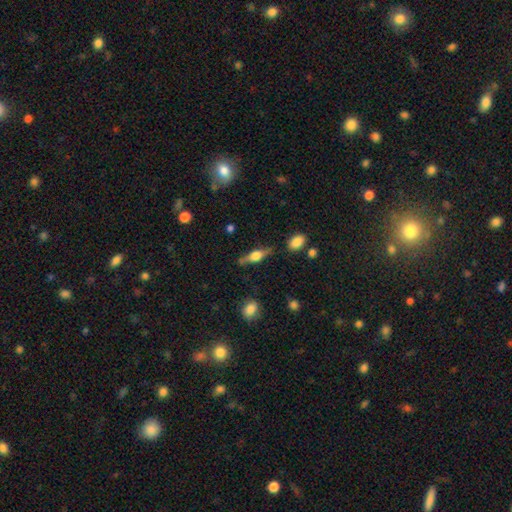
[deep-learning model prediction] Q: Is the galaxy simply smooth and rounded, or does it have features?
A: featured or disk — 56%.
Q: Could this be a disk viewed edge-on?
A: yes — 94%.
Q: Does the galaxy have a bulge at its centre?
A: rounded — 89%.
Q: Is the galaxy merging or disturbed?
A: none — 78%.